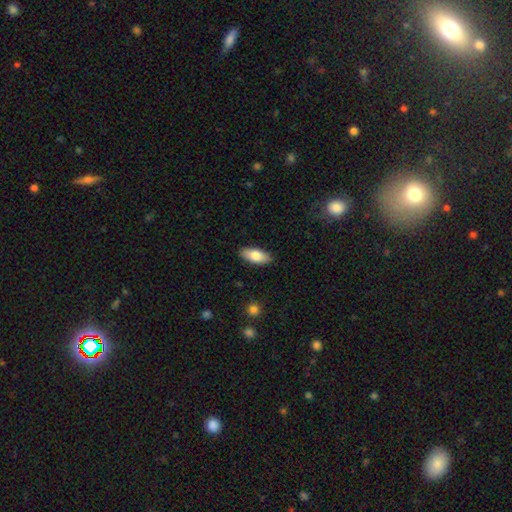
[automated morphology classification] Overall: smooth (79%). How rounded: in between (87%). Merging: none (88%).